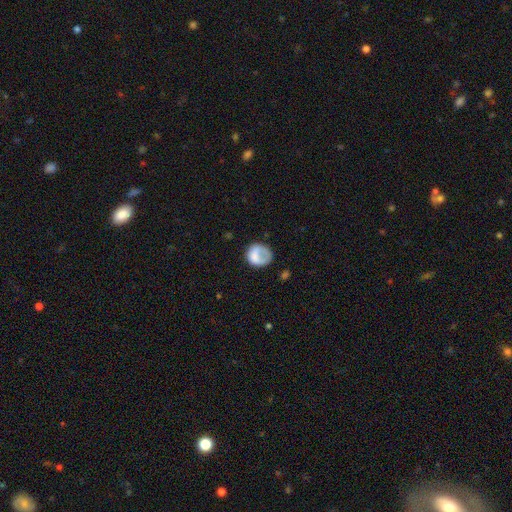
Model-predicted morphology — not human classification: The model was most divided on "merging": none: 48%, major disturbance: 25%, minor disturbance: 24%, merger: 3%. More confident: smooth or featured — smooth (71%); how rounded — round (71%).